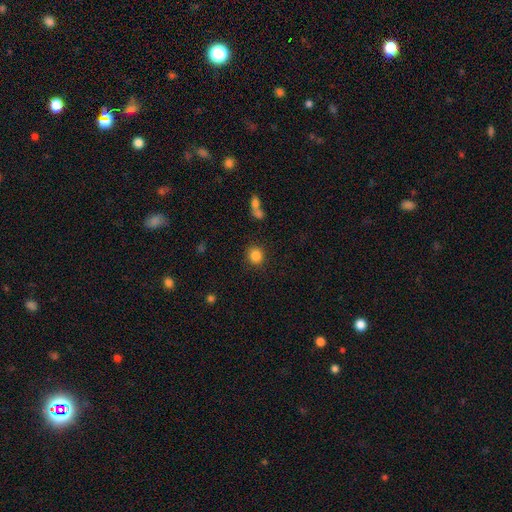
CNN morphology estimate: Smooth or featured? smooth (85%)
How rounded? round (84%)
Merging? none (86%)